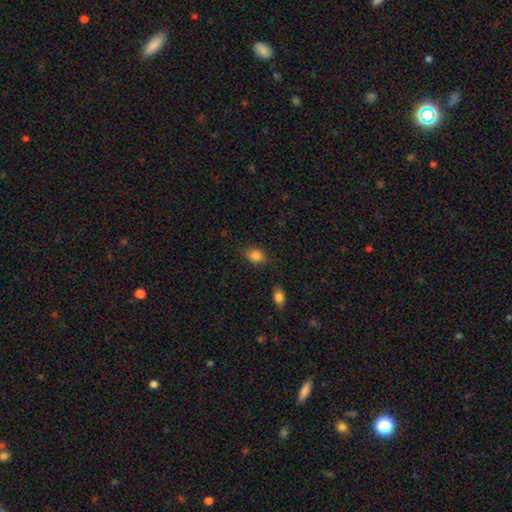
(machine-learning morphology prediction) smooth_or_featured: smooth (p=0.84) [alt: star or artifact p=0.10]
how_rounded: in between (p=0.75) [alt: round p=0.23]
merging: none (p=0.76) [alt: minor disturbance p=0.17]